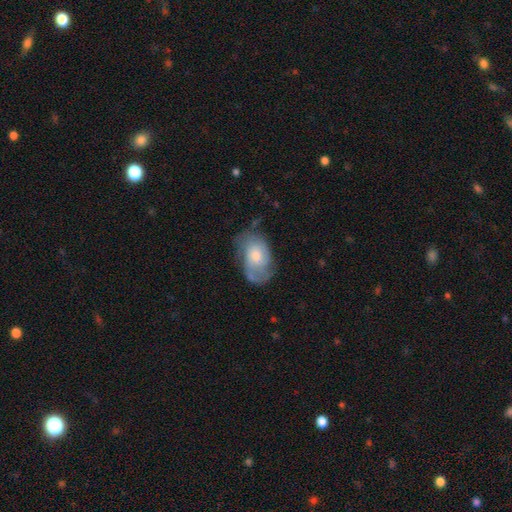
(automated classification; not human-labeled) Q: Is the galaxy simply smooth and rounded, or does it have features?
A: featured or disk — 57%.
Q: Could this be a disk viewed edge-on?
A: no — 96%.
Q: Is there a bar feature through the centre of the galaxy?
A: no — 74%.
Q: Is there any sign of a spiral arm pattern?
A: yes — 79%.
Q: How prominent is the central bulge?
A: moderate — 49%.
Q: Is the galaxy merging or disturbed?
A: none — 51%.